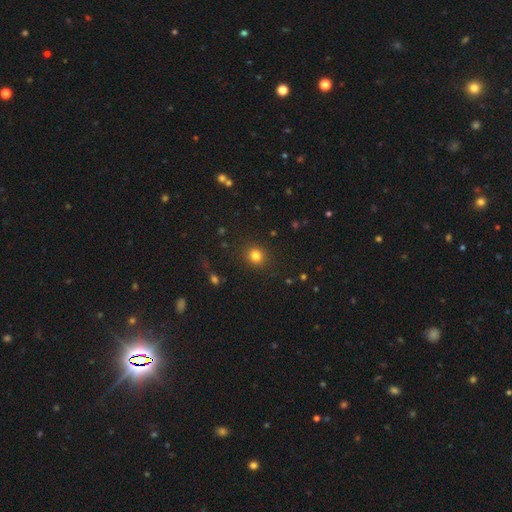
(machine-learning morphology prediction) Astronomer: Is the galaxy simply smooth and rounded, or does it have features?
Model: smooth — 81%.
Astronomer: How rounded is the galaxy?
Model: round — 83%.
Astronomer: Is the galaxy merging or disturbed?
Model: none — 89%.